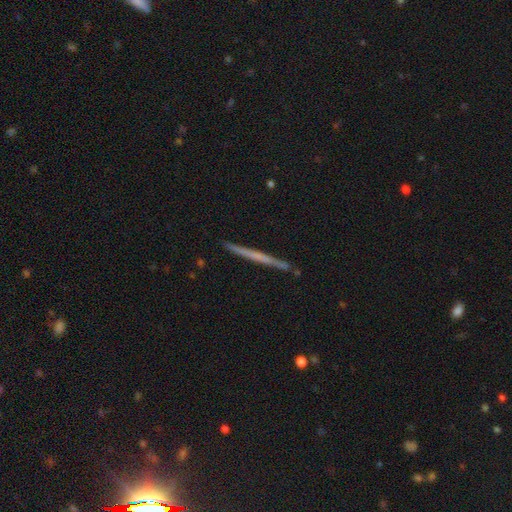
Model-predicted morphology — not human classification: Smooth or featured? Predicted: featured or disk (p=0.55). Edge-on disk? Predicted: yes (p=0.98). Edge-on bulge? Predicted: none (p=0.87). Merging? Predicted: none (p=0.91).